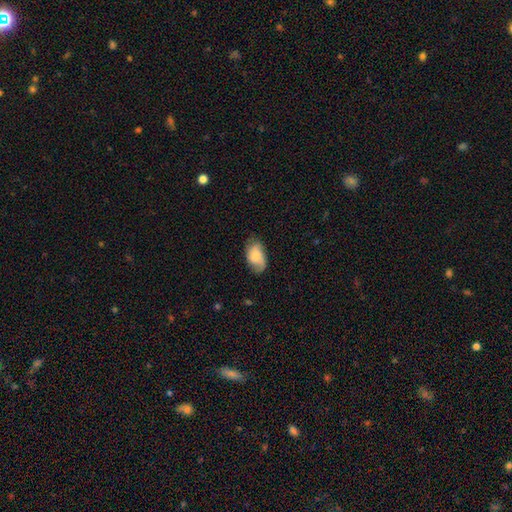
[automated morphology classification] smooth_or_featured: smooth (p=0.62) [alt: featured or disk p=0.31]
how_rounded: in between (p=0.91) [alt: round p=0.07]
merging: none (p=0.65) [alt: minor disturbance p=0.26]